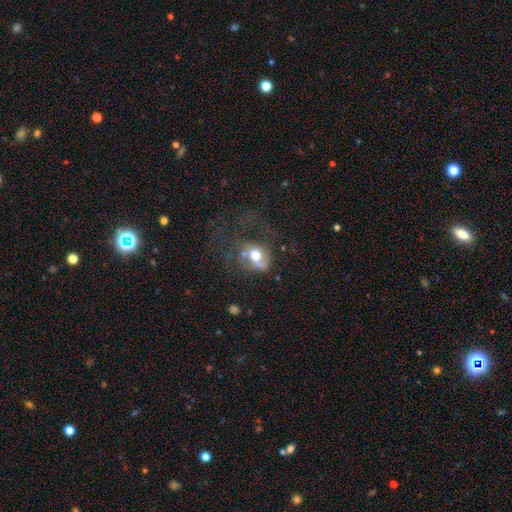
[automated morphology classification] The model was most divided on "how rounded": round: 53%, in between: 45%, cigar-shaped: 1%. Remaining: smooth or featured — smooth (52%); merging — major disturbance (46%).